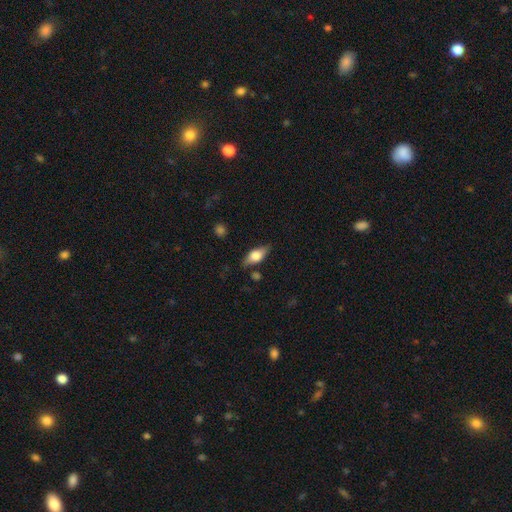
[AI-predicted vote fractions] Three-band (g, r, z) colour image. It shows a smooth galaxy with no disk features (55%) that is in between round and cigar-shaped (77%). Merging: none (77%).